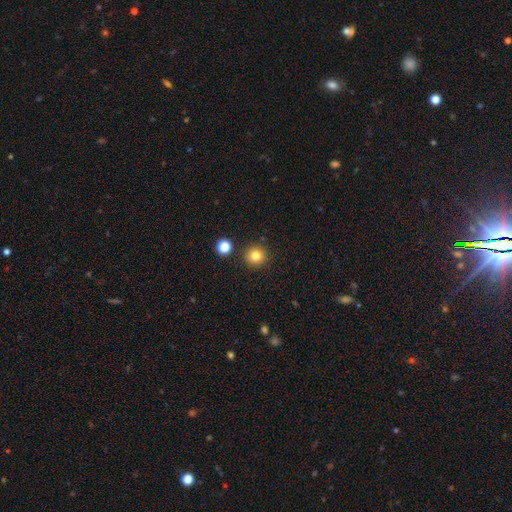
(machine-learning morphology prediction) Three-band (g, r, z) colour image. It shows a smooth galaxy with no disk features (82%) that is round (94%). Merging: none (89%).